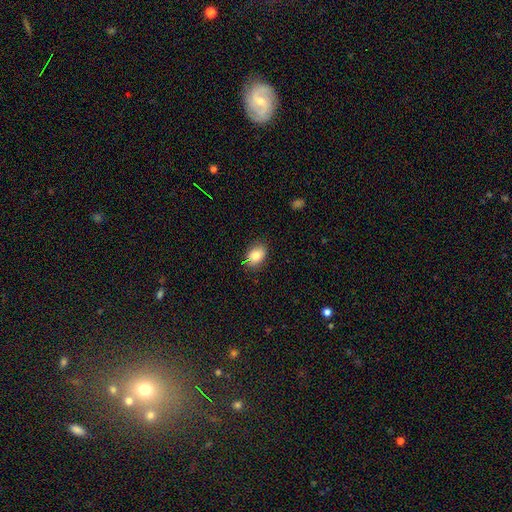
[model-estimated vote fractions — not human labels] Overall: smooth (80%). How rounded: in between (73%). Merging: none (82%).